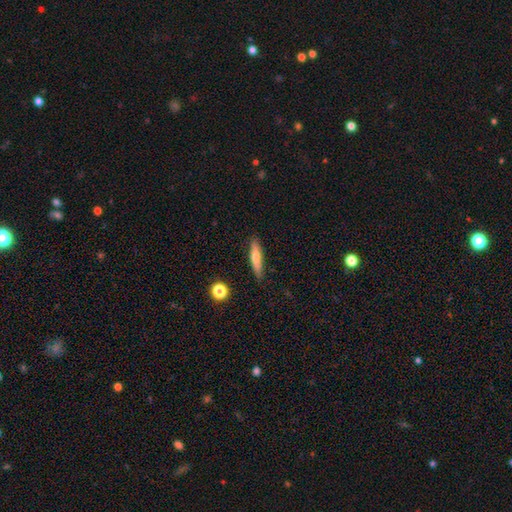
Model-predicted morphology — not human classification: Smooth or featured?
  - smooth: 62% *
  - featured or disk: 31%
  - star or artifact: 7%
How rounded?
  - cigar-shaped: 85% *
  - in between: 13%
  - round: 2%
Merging?
  - none: 84% *
  - minor disturbance: 12%
  - major disturbance: 2%
  - merger: 2%